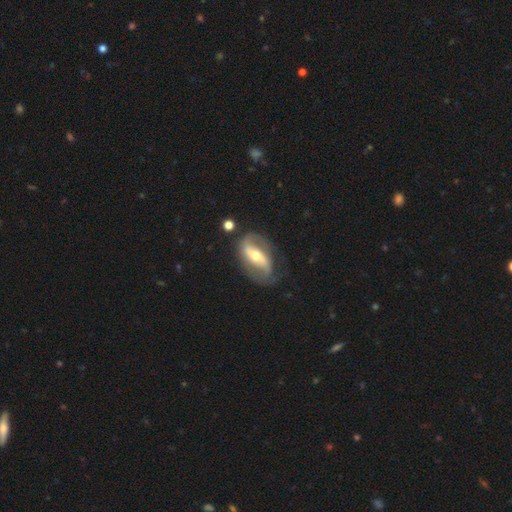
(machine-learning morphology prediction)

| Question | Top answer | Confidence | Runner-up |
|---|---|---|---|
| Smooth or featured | featured or disk | 83% | smooth (12%) |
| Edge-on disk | no | 94% | yes (6%) |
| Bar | strong | 53% | weak (27%) |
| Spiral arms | yes | 88% | no (12%) |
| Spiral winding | loose | 43% | medium (38%) |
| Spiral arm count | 2 | 86% | can't tell (6%) |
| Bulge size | moderate | 56% | small (38%) |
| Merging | none | 70% | minor disturbance (18%) |